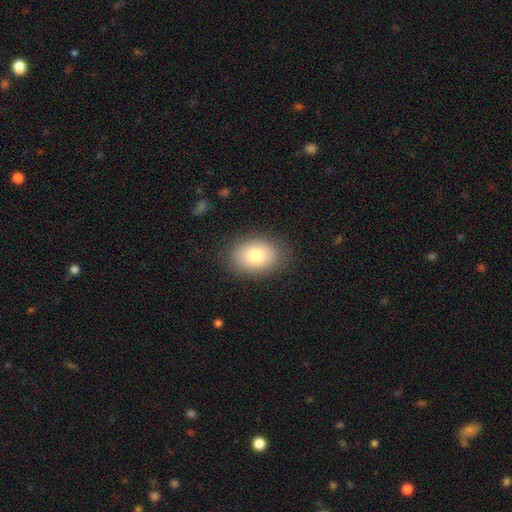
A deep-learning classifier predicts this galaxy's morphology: type=smooth (78%); roundness=in between (76%); merging=none (85%).